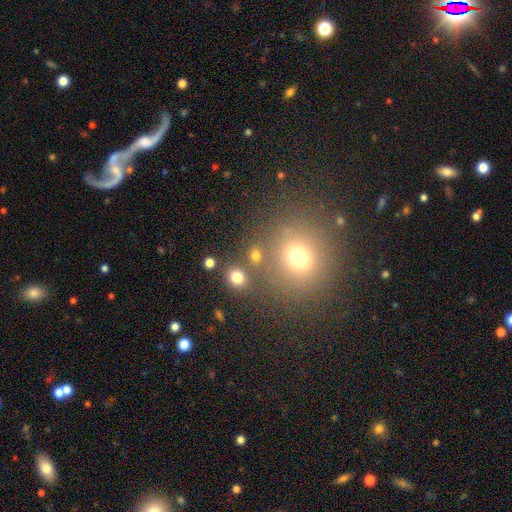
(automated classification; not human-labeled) A smooth galaxy with no disk features (76%) that is round (72%). Merging: none (74%).